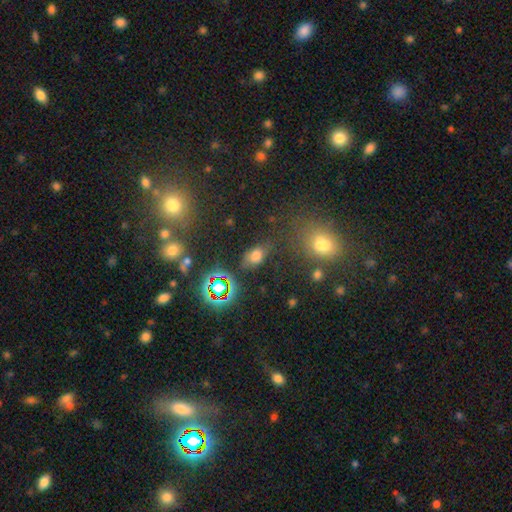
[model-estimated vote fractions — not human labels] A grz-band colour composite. It shows a smooth galaxy with no disk features (65%) that is in between round and cigar-shaped (73%). Merging: none (65%).